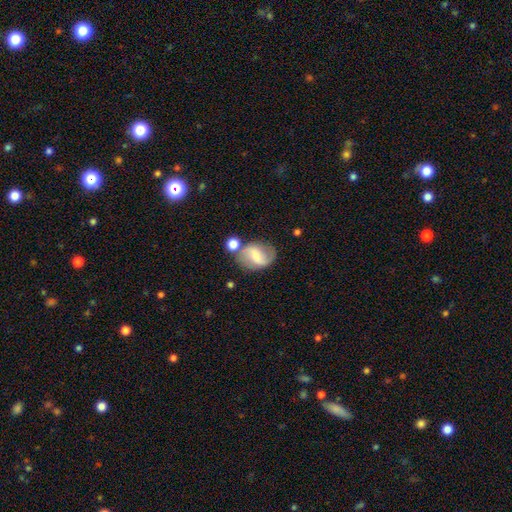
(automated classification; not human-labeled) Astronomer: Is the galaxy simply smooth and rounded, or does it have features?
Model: featured or disk — 54% (runner-up: smooth, 38%).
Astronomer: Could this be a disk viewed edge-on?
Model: no — 96%.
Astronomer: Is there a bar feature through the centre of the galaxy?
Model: weak — 44% (runner-up: strong, 29%).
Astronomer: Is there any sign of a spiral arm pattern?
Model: yes — 80%.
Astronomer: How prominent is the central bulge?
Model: small — 49% (runner-up: moderate, 34%).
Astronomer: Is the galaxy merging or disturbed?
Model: none — 61%.